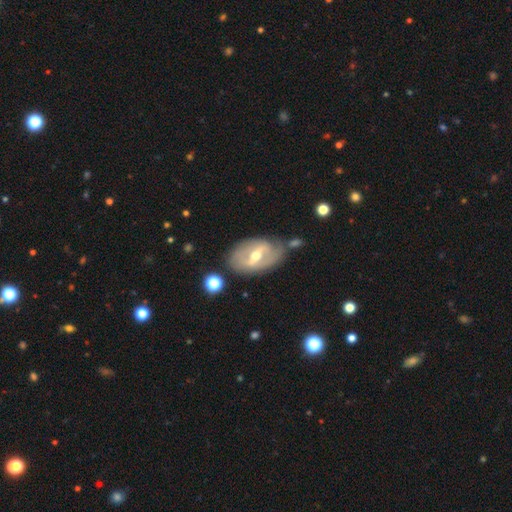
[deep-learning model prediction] Morphology: type=featured or disk (73%); edge-on=no (91%); bar=strong (52%); spiral arms=yes (55%); bulge=moderate (69%); merging=none (66%).